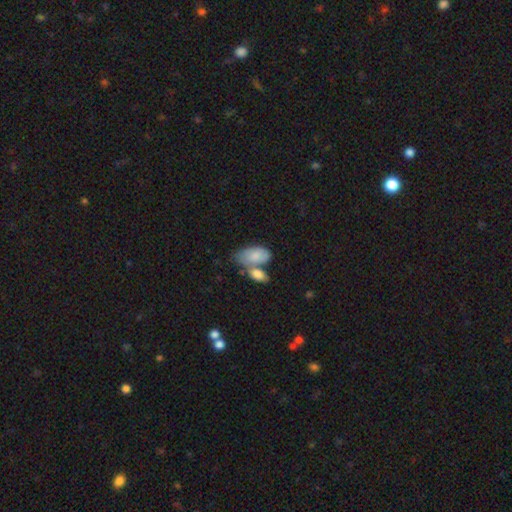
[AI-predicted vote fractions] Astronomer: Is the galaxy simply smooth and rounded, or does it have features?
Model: smooth — 79%.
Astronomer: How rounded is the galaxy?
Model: in between — 93%.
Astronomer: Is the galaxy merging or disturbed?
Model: merger — 47% (runner-up: none, 29%).